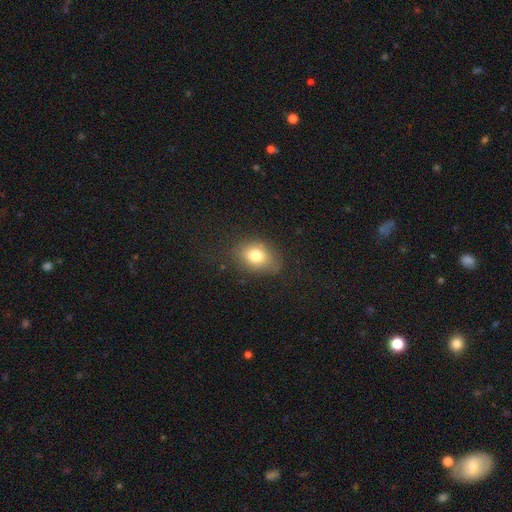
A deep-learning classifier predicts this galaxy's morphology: This appears to be a smooth galaxy with no disk features (77%) that is in between round and cigar-shaped (69%). Merging: none (73%).